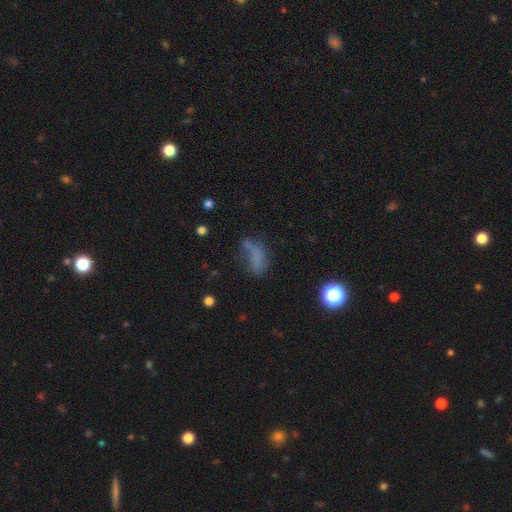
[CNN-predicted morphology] Smooth or featured: smooth — 57% (featured or disk — 24%)
How rounded: in between — 77% (cigar-shaped — 12%)
Merging: major disturbance — 35% (none — 32%)